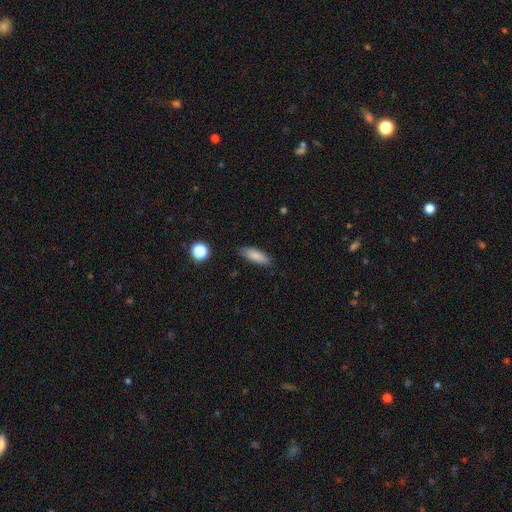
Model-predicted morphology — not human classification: type=smooth (84%); roundness=in between (61%); merging=none (85%).